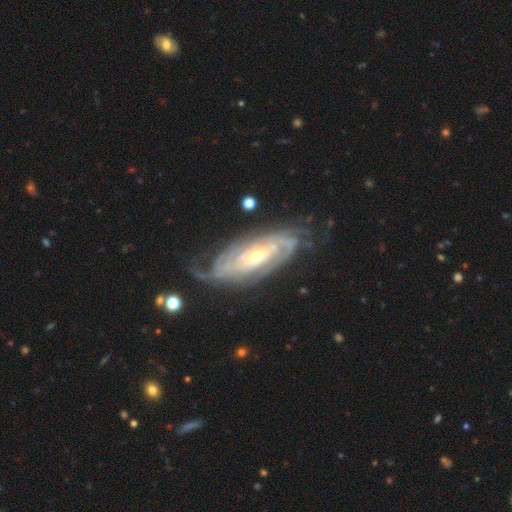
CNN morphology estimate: The model was most divided on "spiral arm count": can't tell: 36%, 2: 25%, 3: 16%, 4: 11%, more than 4: 6%, 1: 5%. Remaining: spiral arms — yes (96%); edge-on disk — no (91%); smooth or featured — featured or disk (89%); spiral winding — tight (73%); merging — none (71%); bulge size — moderate (53%); bar — no (50%).